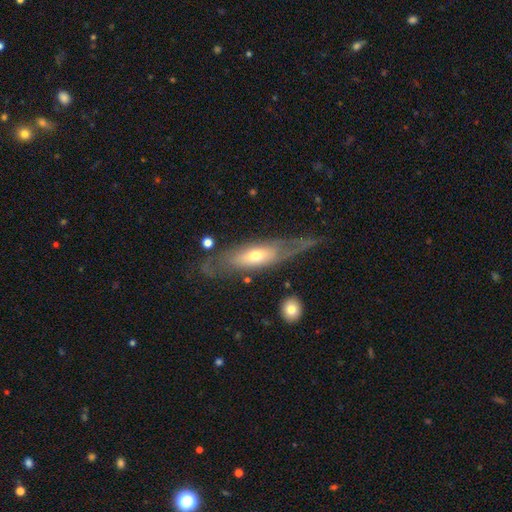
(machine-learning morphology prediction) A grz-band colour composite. It shows a featured or disk galaxy (65%). Merging: none (57%).